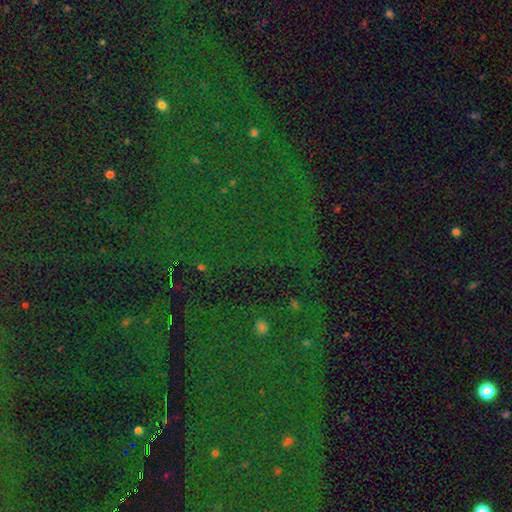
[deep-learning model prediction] Smooth or featured? star or artifact (82%)